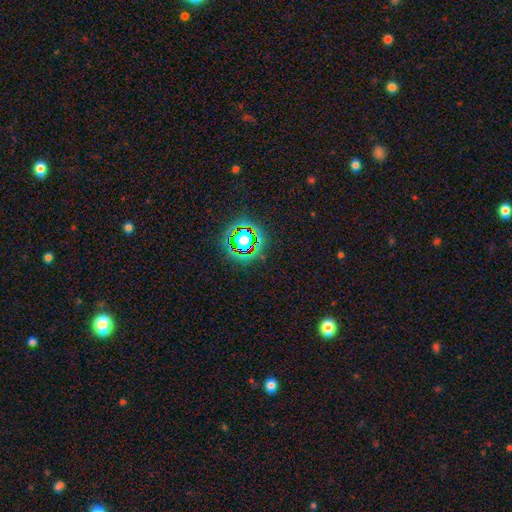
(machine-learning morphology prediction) This appears to be a star or artifact, not a galaxy (75%).